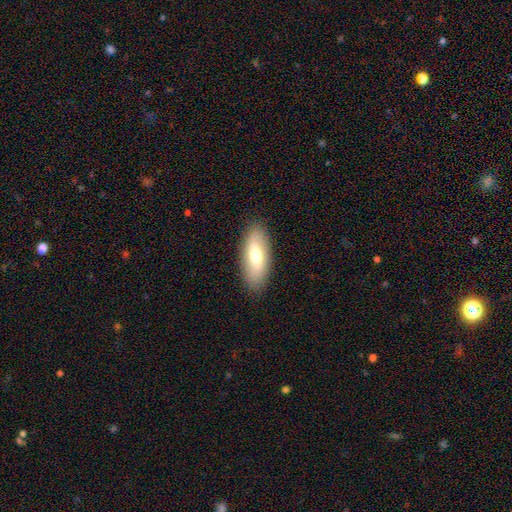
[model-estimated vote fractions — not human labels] Smooth or featured? Predicted: smooth (p=0.62). How rounded? Predicted: in between (p=0.74). Merging? Predicted: none (p=0.88).